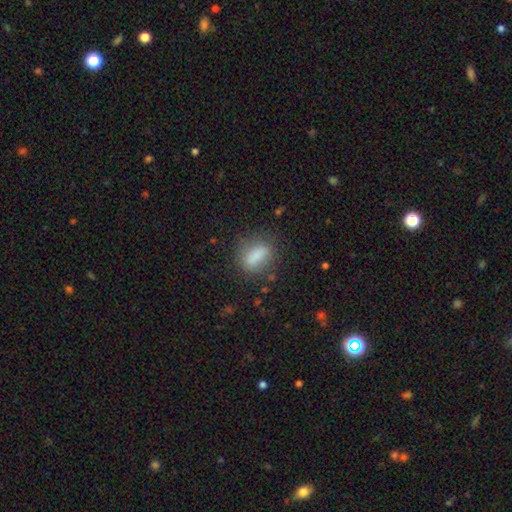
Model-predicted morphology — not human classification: smooth 79%, featured or disk 12%, star or artifact 9%. Down the decision tree: how rounded — in between (69%); merging — none (73%).